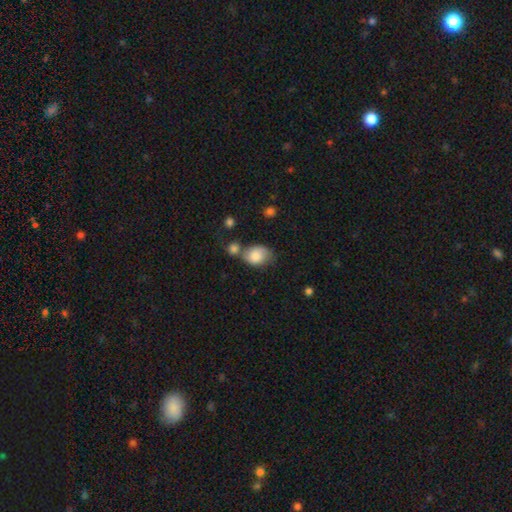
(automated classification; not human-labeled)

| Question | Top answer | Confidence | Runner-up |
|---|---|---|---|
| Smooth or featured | smooth | 76% | featured or disk (17%) |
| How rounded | in between | 62% | round (37%) |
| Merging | none | 37% | merger (29%) |